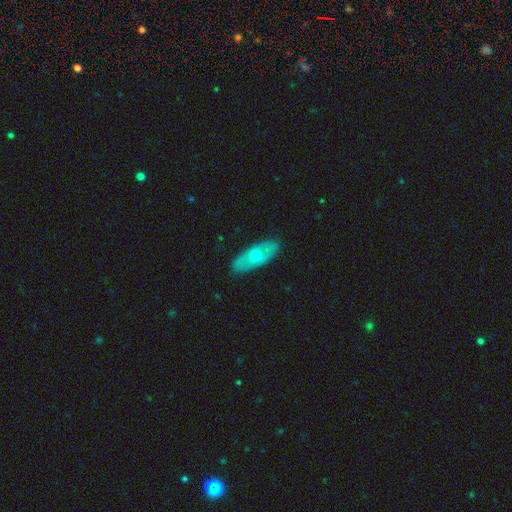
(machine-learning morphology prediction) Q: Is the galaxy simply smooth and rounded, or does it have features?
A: smooth — 49%.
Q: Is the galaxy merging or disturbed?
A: none — 86%.